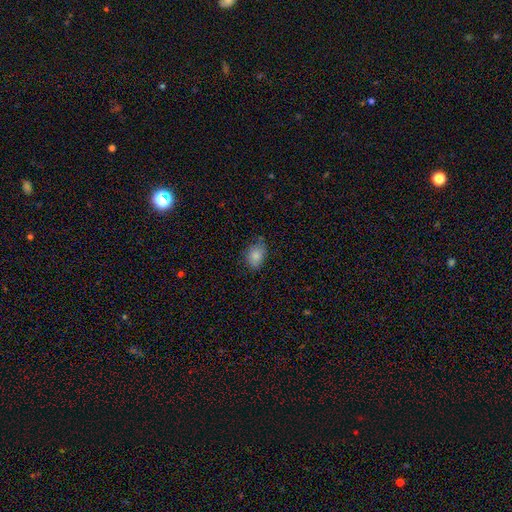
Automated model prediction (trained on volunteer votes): This is clearly a smooth galaxy (85%). How rounded: likely in between (73%). Merging: likely none (71%).